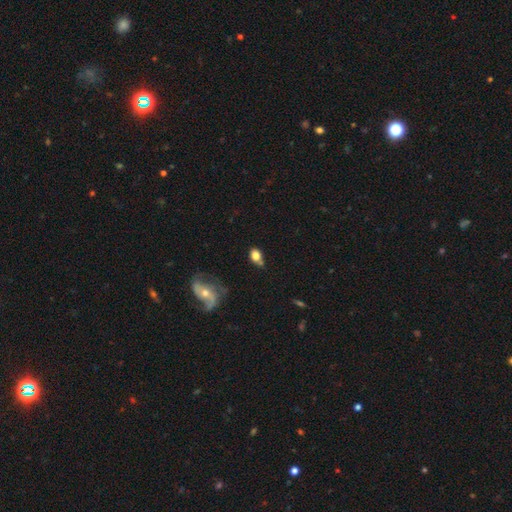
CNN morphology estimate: Smooth or featured?
  - smooth: 75% *
  - featured or disk: 15%
  - star or artifact: 10%
How rounded?
  - in between: 72% *
  - round: 26%
  - cigar-shaped: 2%
Merging?
  - none: 52% *
  - minor disturbance: 26%
  - merger: 12%
  - major disturbance: 9%